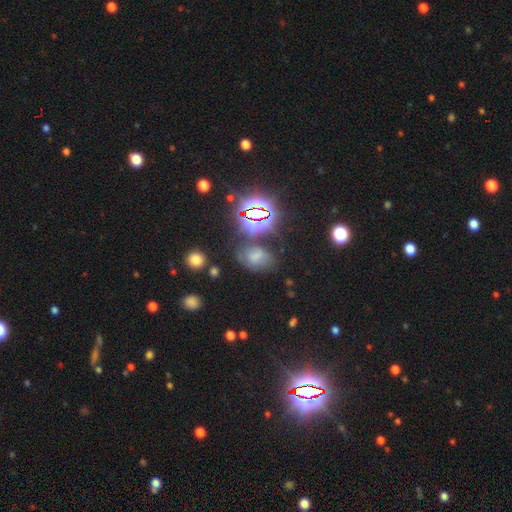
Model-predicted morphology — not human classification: type=smooth (51%); roundness=in between (79%); merging=none (55%).